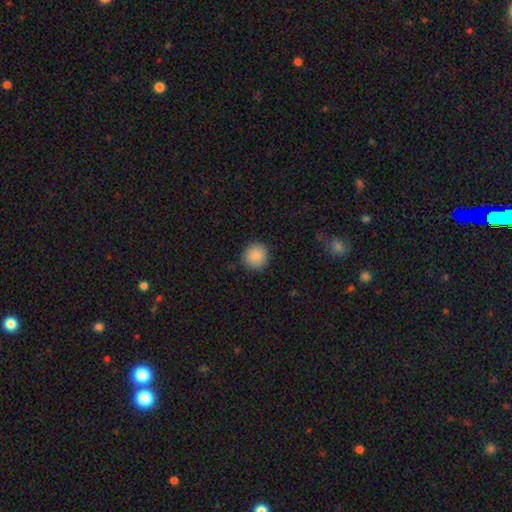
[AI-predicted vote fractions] Q: Smooth or featured?
A: smooth (87%); runner-up: star or artifact (8%)
Q: How rounded?
A: round (92%); runner-up: in between (7%)
Q: Merging?
A: none (89%); runner-up: minor disturbance (8%)